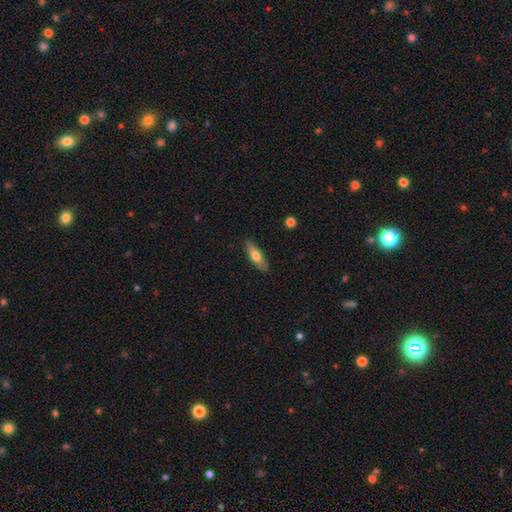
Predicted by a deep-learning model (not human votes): Smooth or featured?
  - smooth: 65% *
  - featured or disk: 29%
  - star or artifact: 6%
How rounded?
  - in between: 52% *
  - cigar-shaped: 45%
  - round: 3%
Merging?
  - none: 87% *
  - minor disturbance: 10%
  - major disturbance: 2%
  - merger: 1%